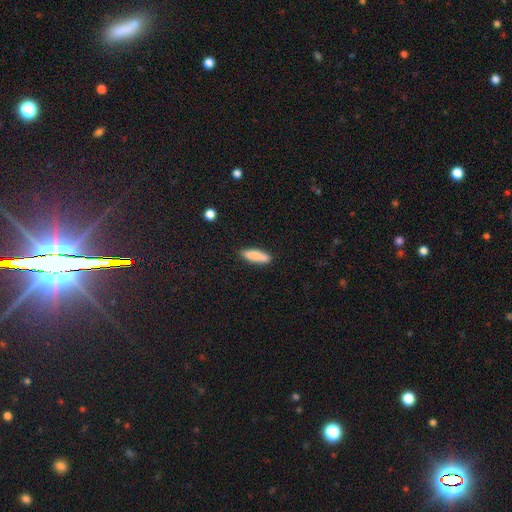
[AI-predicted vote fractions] Smooth or featured? smooth (81%)
How rounded? cigar-shaped (62%)
Merging? none (82%)